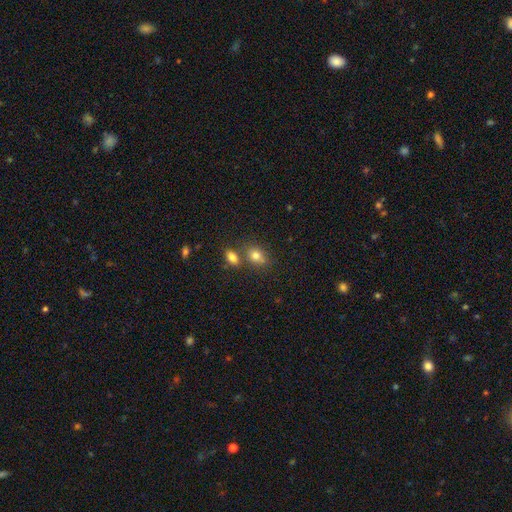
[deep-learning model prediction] A smooth galaxy with no disk features (79%) that is in between round and cigar-shaped (67%).

Vote fractions:
- Smooth or featured? smooth: 79% / star or artifact: 12% / featured or disk: 10%
- How rounded? in between: 67% / round: 31% / cigar-shaped: 2%
- Merging? none: 56% / merger: 27% / minor disturbance: 13% / major disturbance: 4%